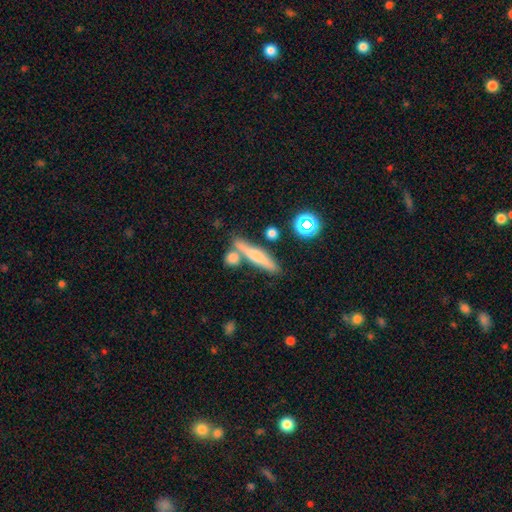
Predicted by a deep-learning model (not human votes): Morphology: type=smooth (55%); roundness=cigar-shaped (81%); merging=none (68%).